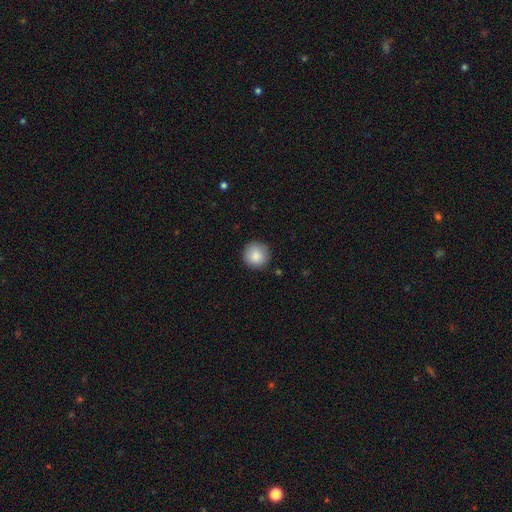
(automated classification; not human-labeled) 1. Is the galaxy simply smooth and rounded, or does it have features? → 87% smooth, 8% star or artifact, 5% featured or disk.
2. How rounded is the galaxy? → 95% round, 4% in between, 1% cigar-shaped.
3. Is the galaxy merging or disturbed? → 88% none, 8% minor disturbance, 2% major disturbance, 1% merger.